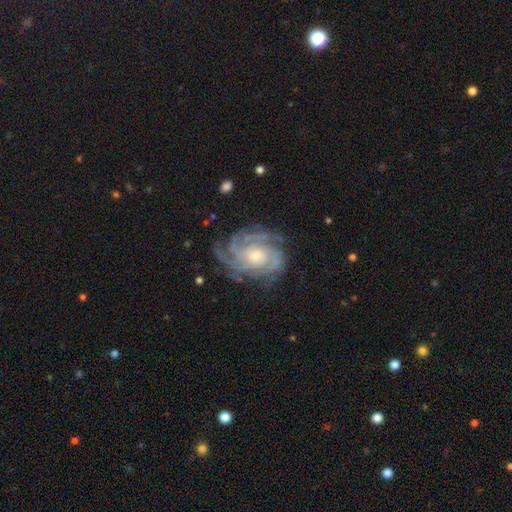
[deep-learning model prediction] Overall: featured or disk (90%). Edge-on disk: no (97%). Bar: no (71%). Spiral arms: yes (98%). Spiral arm count: 4 (32%; 3 21%). Spiral winding: tight (71%). Bulge size: moderate (50%; small 43%). Merging: none (76%).